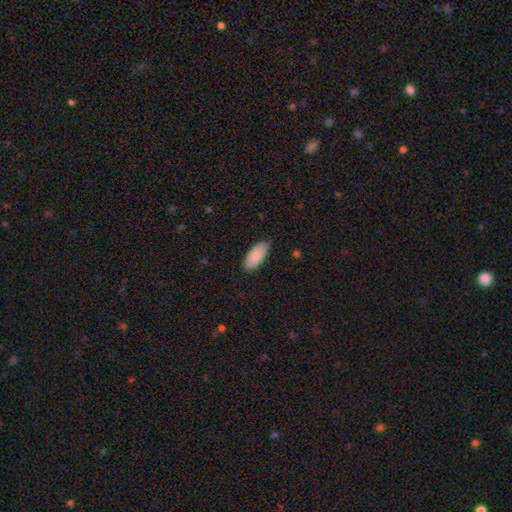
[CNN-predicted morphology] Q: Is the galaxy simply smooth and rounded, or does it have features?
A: smooth — 88%.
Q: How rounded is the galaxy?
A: in between — 88%.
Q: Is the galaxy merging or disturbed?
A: none — 78%.